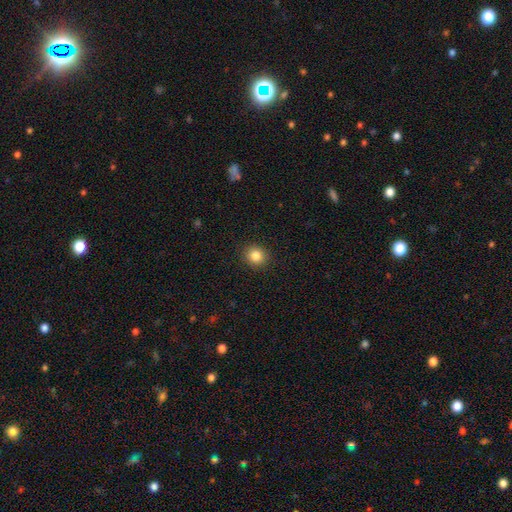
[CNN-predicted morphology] Smooth or featured: smooth — 85% (star or artifact — 10%)
How rounded: round — 86% (in between — 13%)
Merging: none — 91% (minor disturbance — 6%)